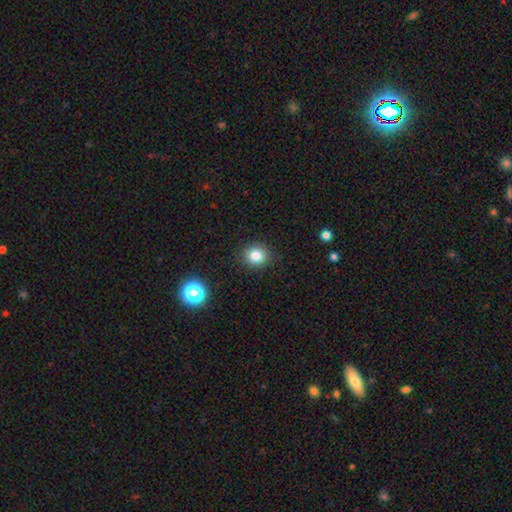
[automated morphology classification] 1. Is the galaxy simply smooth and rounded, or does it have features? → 81% smooth, 12% star or artifact, 7% featured or disk.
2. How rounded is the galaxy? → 79% round, 20% in between, 1% cigar-shaped.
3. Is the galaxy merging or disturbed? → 89% none, 7% minor disturbance, 2% major disturbance, 1% merger.